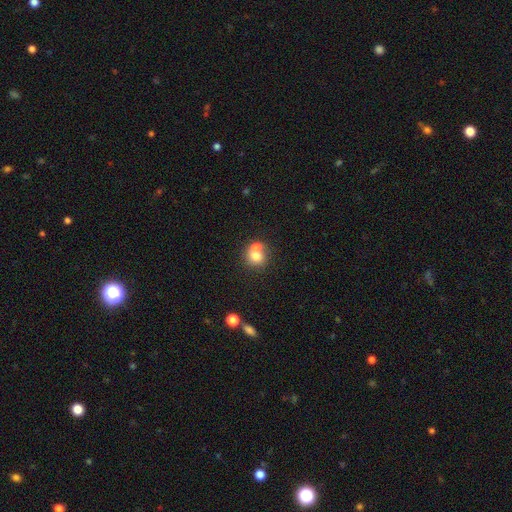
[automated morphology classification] A smooth galaxy with no disk features (72%) that is round (78%). Merging: merger (50%).